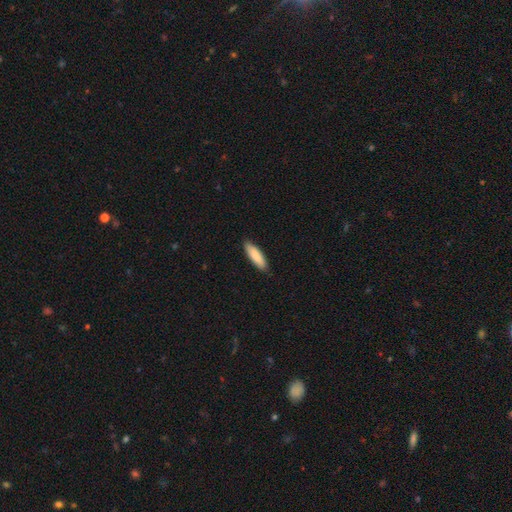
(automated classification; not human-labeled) Smooth or featured? Predicted: smooth (p=0.86). How rounded? Predicted: cigar-shaped (p=0.55). Merging? Predicted: none (p=0.87).